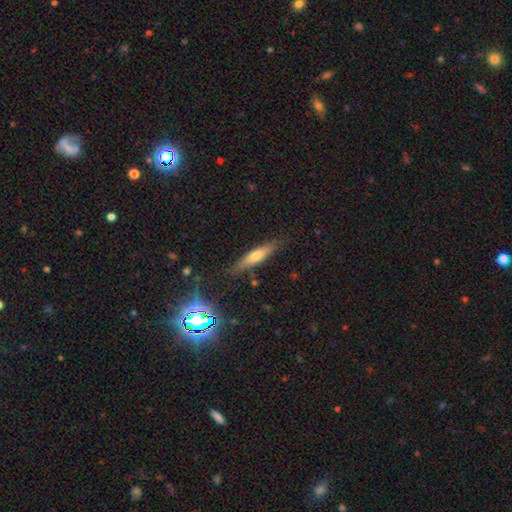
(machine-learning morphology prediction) The model was most divided on "smooth or featured": featured or disk: 43%, smooth: 42%, star or artifact: 15%. More confident: merging — none (83%).